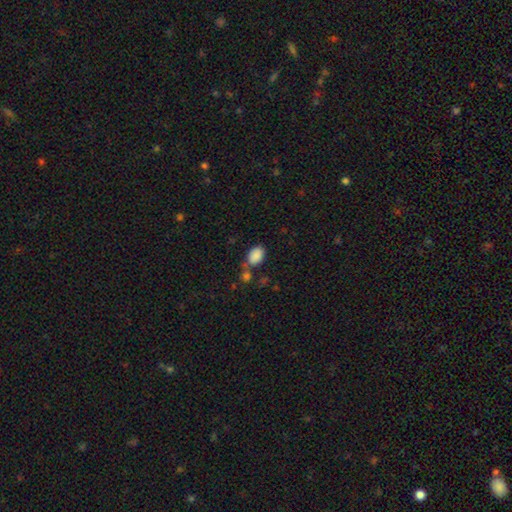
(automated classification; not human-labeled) Smooth or featured? Predicted: smooth (p=0.87). How rounded? Predicted: in between (p=0.85). Merging? Predicted: none (p=0.58).